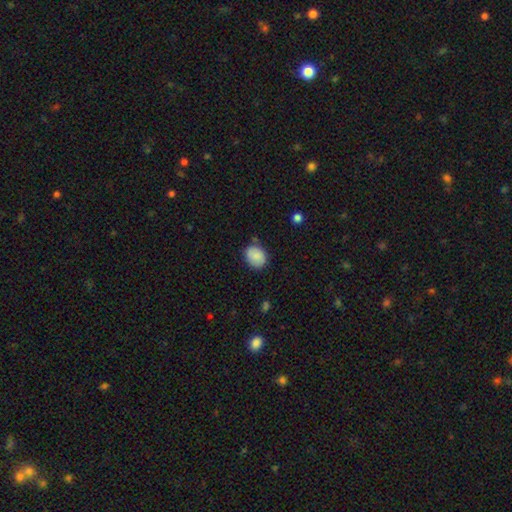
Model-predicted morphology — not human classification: type=smooth (84%); roundness=round (52%); merging=none (75%).